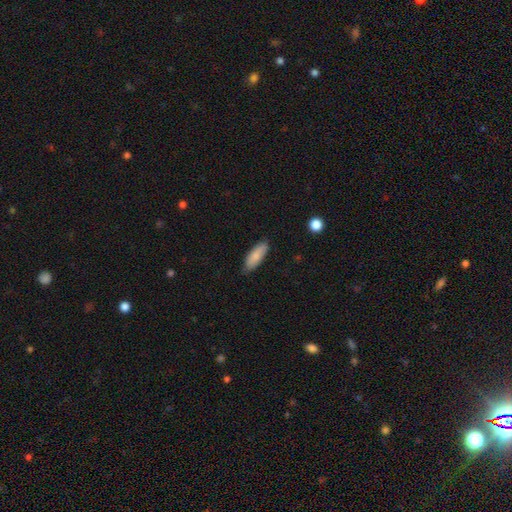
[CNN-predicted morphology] smooth 85%, featured or disk 9%, star or artifact 6%. Down the decision tree: how rounded — in between (67%); merging — none (81%).